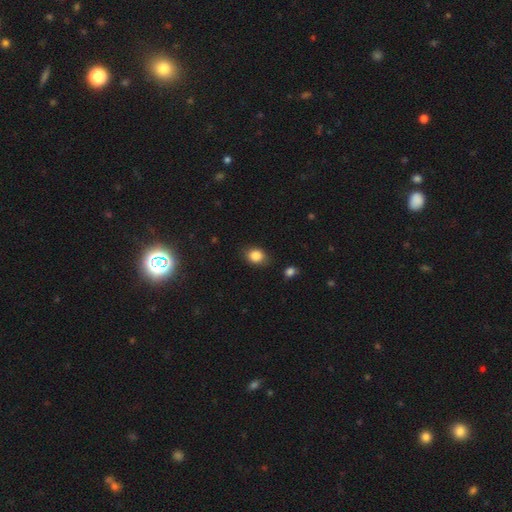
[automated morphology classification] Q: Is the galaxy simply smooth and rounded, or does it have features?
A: smooth — 85%.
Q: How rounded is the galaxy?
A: in between — 54%.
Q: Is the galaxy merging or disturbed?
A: none — 82%.